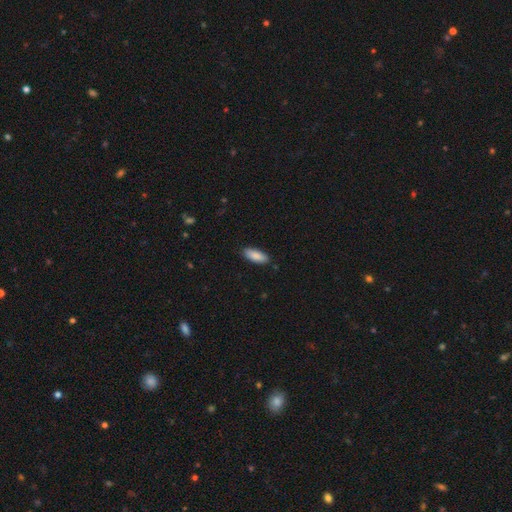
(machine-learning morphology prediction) Overall: smooth (88%). How rounded: in between (76%). Merging: none (87%).